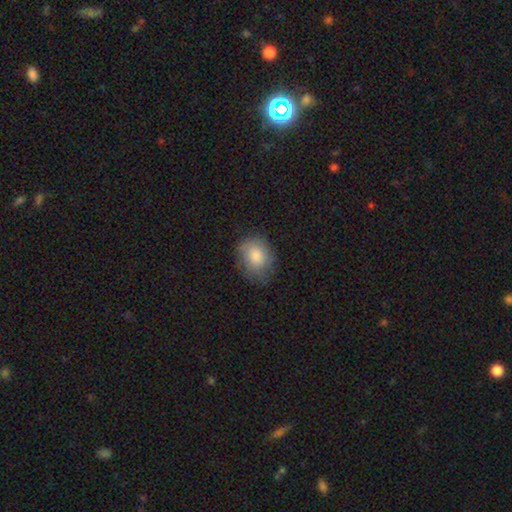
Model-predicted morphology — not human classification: smooth 79%, featured or disk 13%, star or artifact 8%. Down the decision tree: how rounded — round (54%); merging — none (69%).